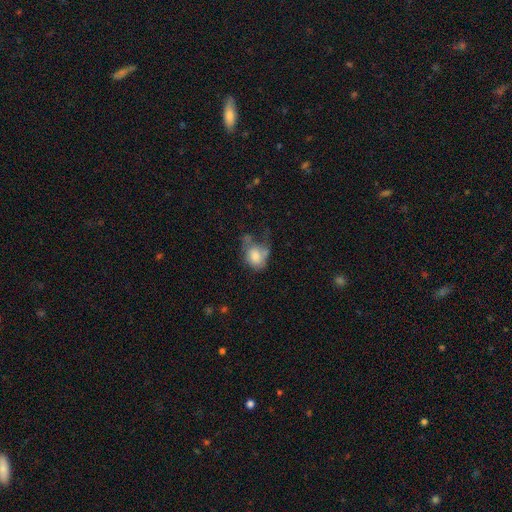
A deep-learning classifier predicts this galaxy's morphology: type=smooth (67%); roundness=in between (69%); merging=major disturbance (41%).